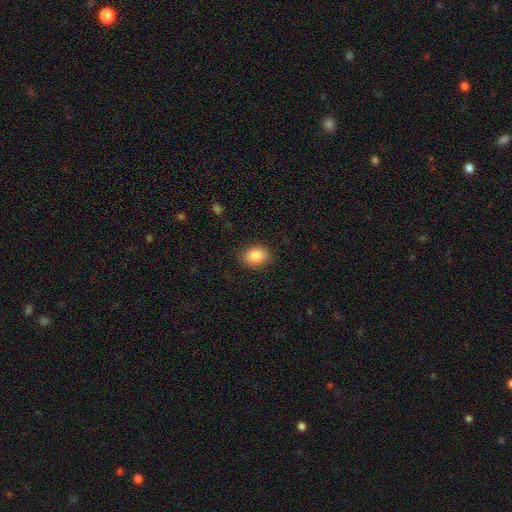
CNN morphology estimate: Overall: smooth (88%). How rounded: in between (76%). Merging: none (87%).